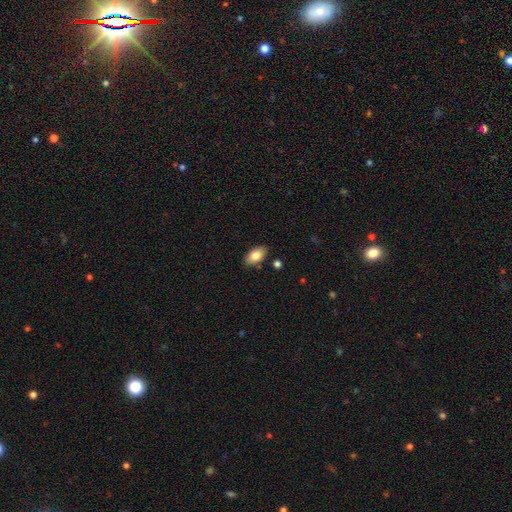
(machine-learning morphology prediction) Smooth or featured: smooth — 82% (featured or disk — 11%)
How rounded: in between — 93% (round — 5%)
Merging: none — 85% (minor disturbance — 10%)